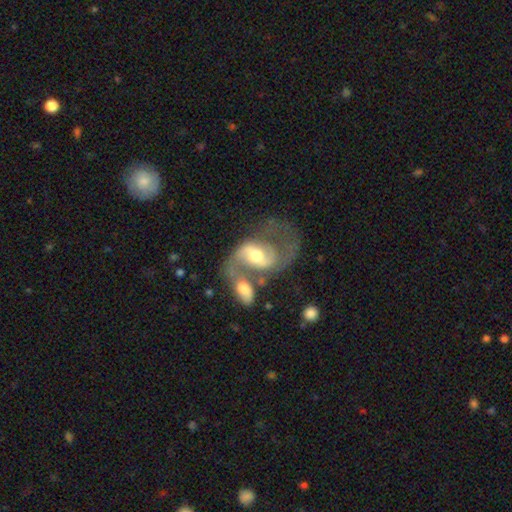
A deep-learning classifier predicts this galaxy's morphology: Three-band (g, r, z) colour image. It shows a featured or disk galaxy (83%) with a weak bar (46%), 2 (83%) loose (44%, tied with medium) spiral arms (91%) and a moderate central bulge (65%). Merging: merger (50%).